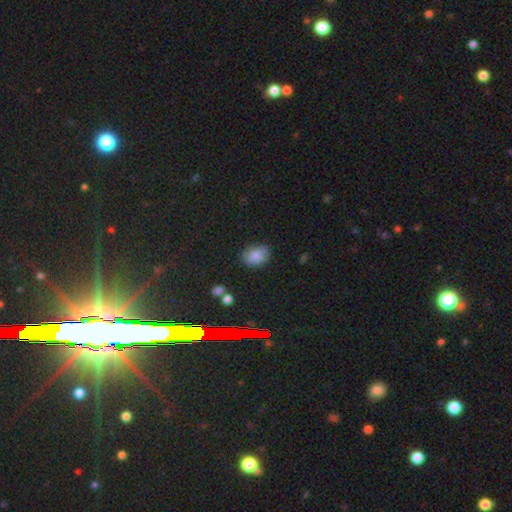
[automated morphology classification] Smooth or featured? Predicted: smooth (p=0.79). How rounded? Predicted: in between (p=0.71). Merging? Predicted: none (p=0.80).